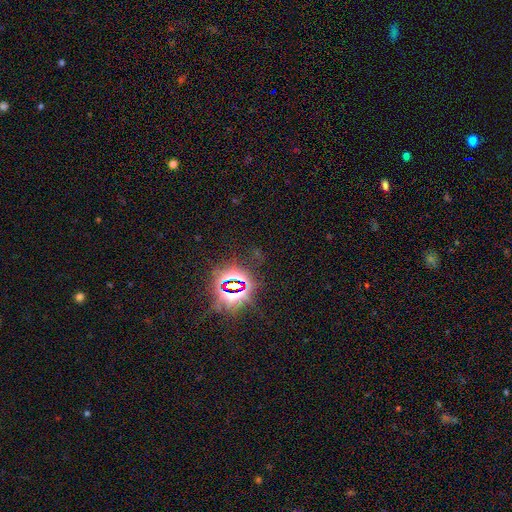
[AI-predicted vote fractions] Smooth or featured? Predicted: star or artifact (p=0.83).